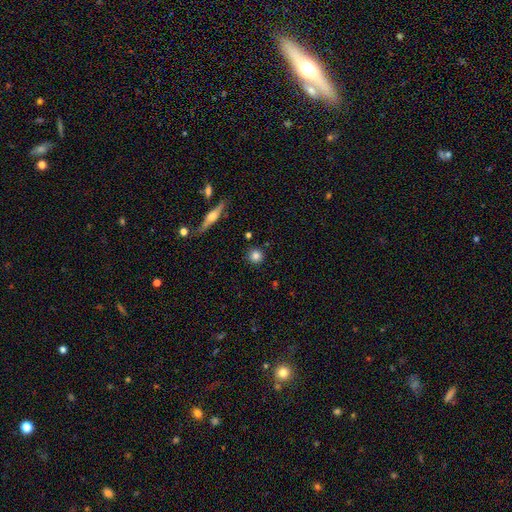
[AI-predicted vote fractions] smooth 80%, star or artifact 10%, featured or disk 10%. Down the decision tree: how rounded — round (93%); merging — none (89%).